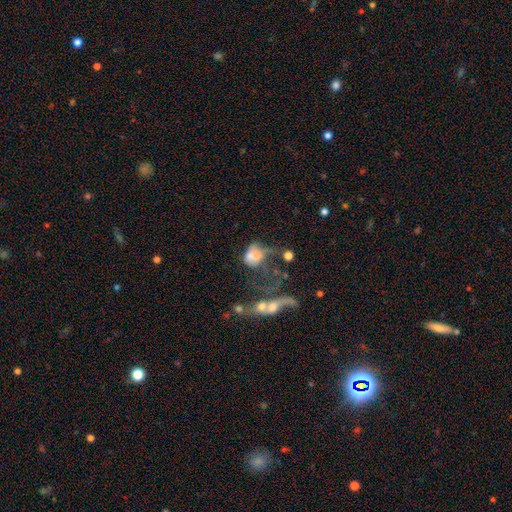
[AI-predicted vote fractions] Smooth or featured? smooth (52%)
How rounded? in between (64%)
Merging? merger (45%)